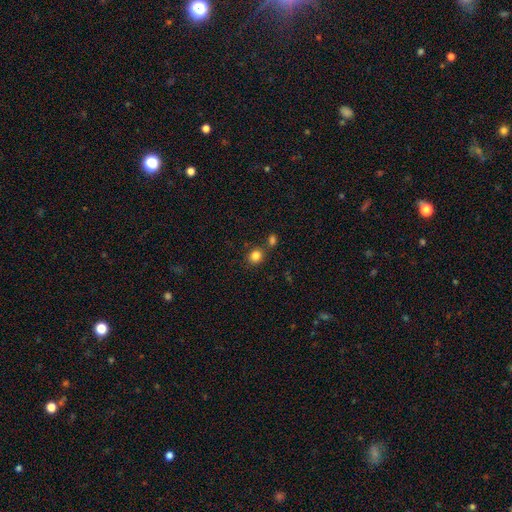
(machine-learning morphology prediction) Overall: smooth (83%). How rounded: round (79%). Merging: none (76%).